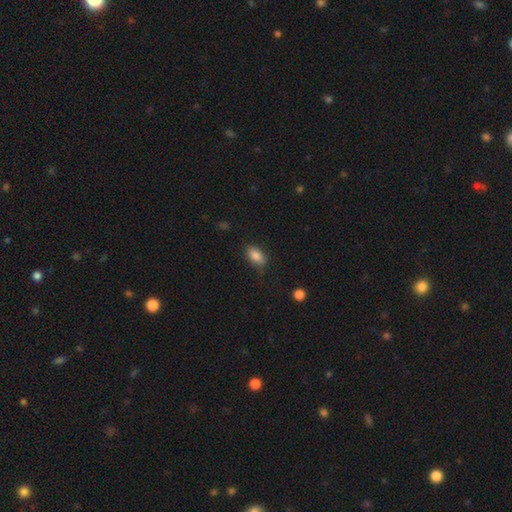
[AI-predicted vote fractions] A smooth galaxy with no disk features (84%) that is in between round and cigar-shaped (89%).

Vote fractions:
- Smooth or featured? smooth: 84% / featured or disk: 8% / star or artifact: 8%
- How rounded? in between: 89% / round: 6% / cigar-shaped: 5%
- Merging? none: 72% / minor disturbance: 21% / major disturbance: 5% / merger: 2%